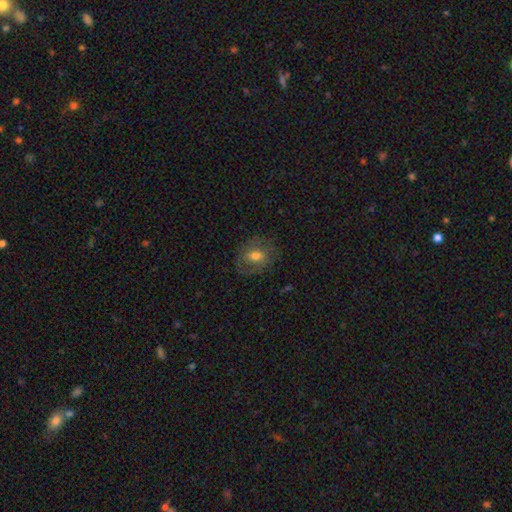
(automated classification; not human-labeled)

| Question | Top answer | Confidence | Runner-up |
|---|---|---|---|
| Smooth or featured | smooth | 52% | featured or disk (38%) |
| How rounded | round | 52% | in between (47%) |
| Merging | none | 73% | minor disturbance (17%) |